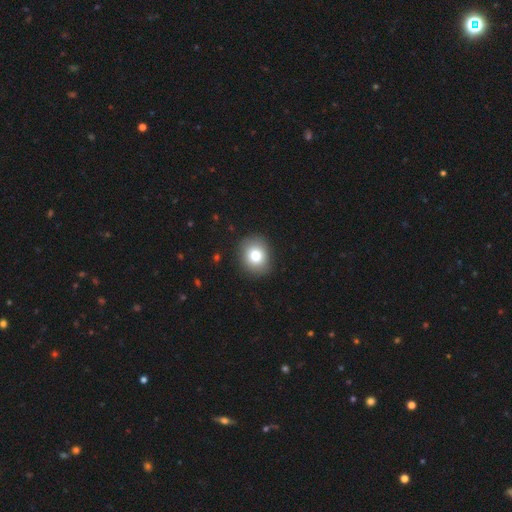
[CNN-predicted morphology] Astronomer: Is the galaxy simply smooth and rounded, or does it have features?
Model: smooth — 80%.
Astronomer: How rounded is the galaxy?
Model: round — 68%.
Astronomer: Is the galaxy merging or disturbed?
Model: none — 88%.